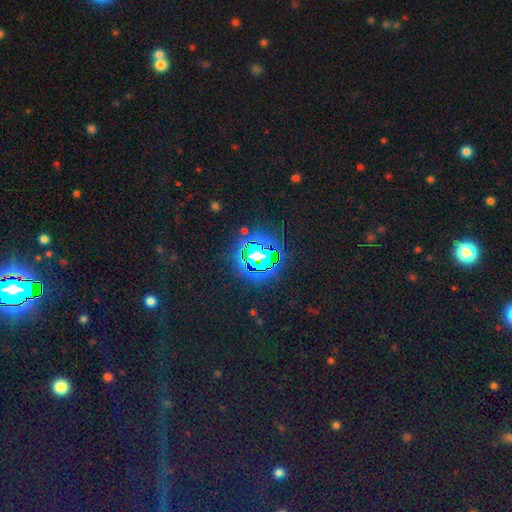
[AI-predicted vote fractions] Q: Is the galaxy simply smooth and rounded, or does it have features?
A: star or artifact — 76%.